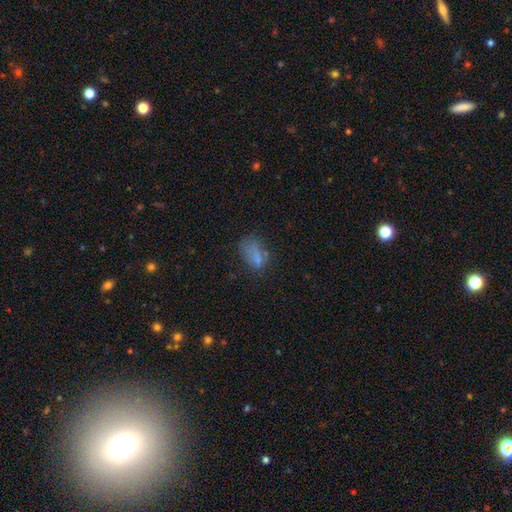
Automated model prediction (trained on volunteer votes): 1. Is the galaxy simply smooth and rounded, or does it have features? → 68% smooth, 17% star or artifact, 15% featured or disk.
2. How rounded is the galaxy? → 86% in between, 10% round, 4% cigar-shaped.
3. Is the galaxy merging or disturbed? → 45% none, 27% minor disturbance, 22% major disturbance, 5% merger.